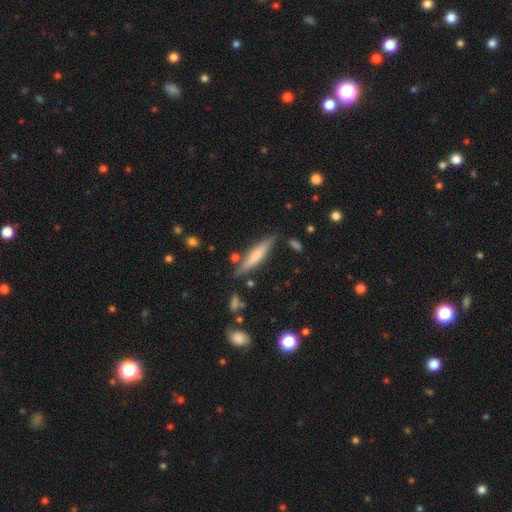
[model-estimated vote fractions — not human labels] A smooth galaxy with no disk features (55%) that is cigar-shaped (84%).

Vote fractions:
- Smooth or featured? smooth: 55% / featured or disk: 38% / star or artifact: 6%
- How rounded? cigar-shaped: 84% / in between: 15% / round: 1%
- Merging? none: 79% / minor disturbance: 14% / merger: 5% / major disturbance: 3%